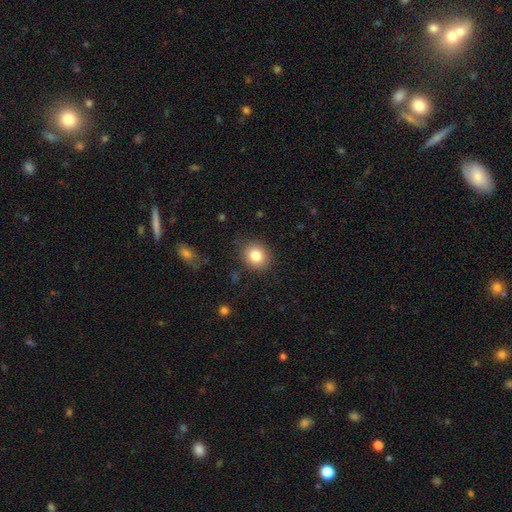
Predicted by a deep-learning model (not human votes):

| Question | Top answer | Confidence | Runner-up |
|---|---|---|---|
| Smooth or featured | smooth | 83% | star or artifact (10%) |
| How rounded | round | 80% | in between (19%) |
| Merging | none | 86% | minor disturbance (10%) |